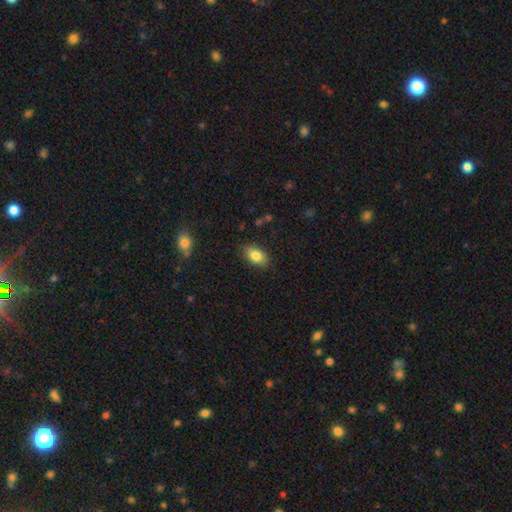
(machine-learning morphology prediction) This is clearly a smooth galaxy (84%). How rounded: clearly in between (89%). Merging: clearly none (84%).